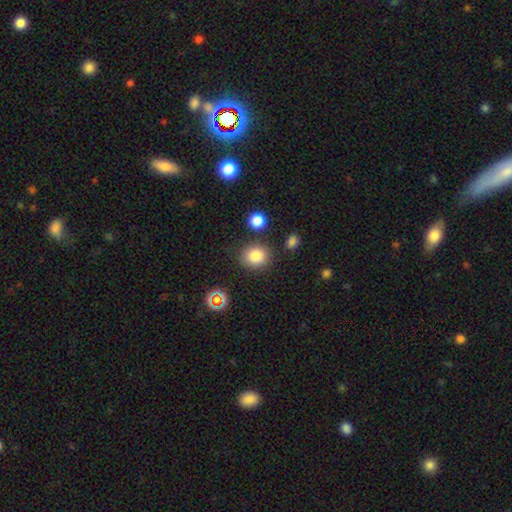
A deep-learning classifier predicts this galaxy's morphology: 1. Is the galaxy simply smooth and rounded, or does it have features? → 83% smooth, 12% star or artifact, 5% featured or disk.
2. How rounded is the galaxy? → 75% round, 24% in between, 1% cigar-shaped.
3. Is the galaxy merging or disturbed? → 82% none, 10% minor disturbance, 5% merger, 3% major disturbance.